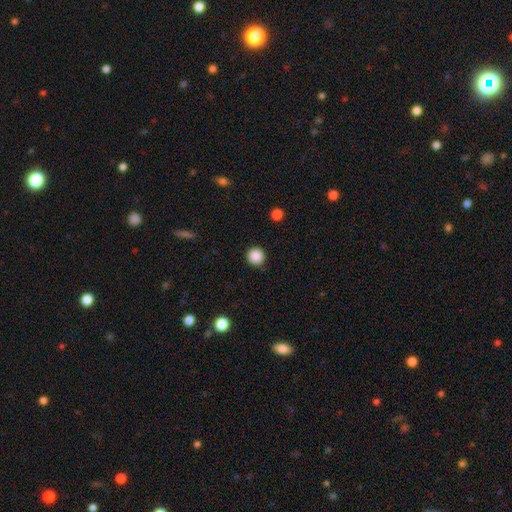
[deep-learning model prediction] smooth_or_featured: smooth (p=0.88) [alt: star or artifact p=0.10]
how_rounded: round (p=0.94) [alt: in between p=0.05]
merging: none (p=0.90) [alt: minor disturbance p=0.07]